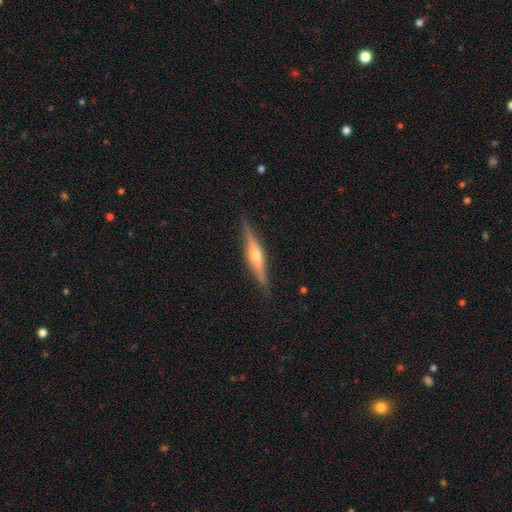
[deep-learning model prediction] The model was most divided on "smooth or featured": featured or disk: 75%, smooth: 19%, star or artifact: 6%. More confident: edge-on disk — yes (97%); edge-on bulge — rounded (88%); merging — none (87%).